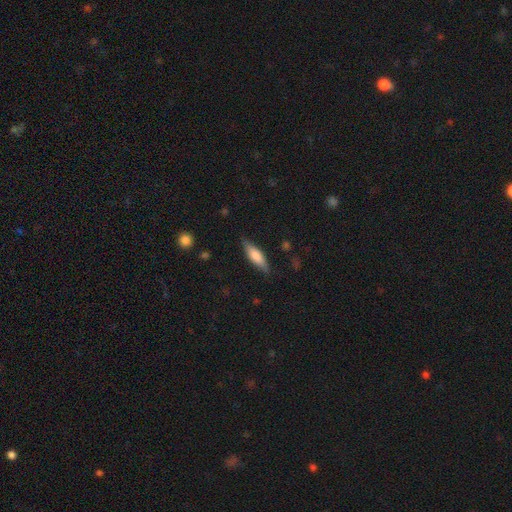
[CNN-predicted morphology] This appears to be a smooth galaxy with no disk features (68%) that is cigar-shaped (55%). Merging: none (82%).